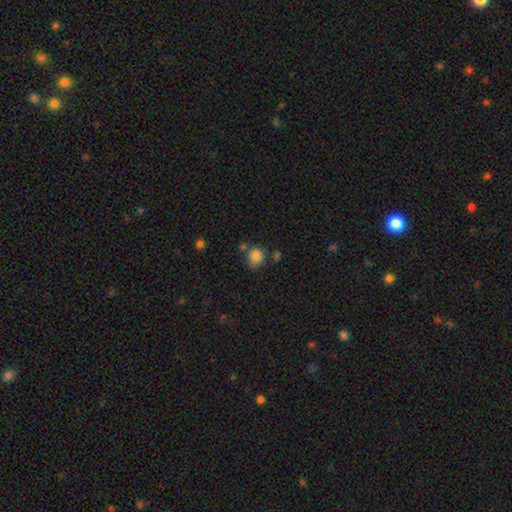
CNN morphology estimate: smooth_or_featured: smooth (p=0.84) [alt: star or artifact p=0.10]
how_rounded: round (p=0.66) [alt: in between p=0.33]
merging: none (p=0.55) [alt: minor disturbance p=0.22]